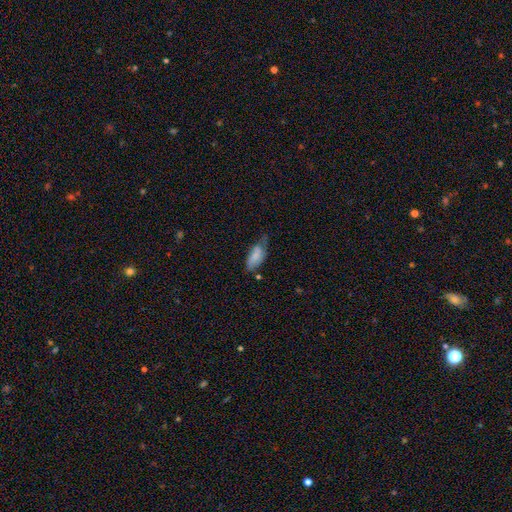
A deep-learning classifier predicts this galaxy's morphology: This appears to be a smooth galaxy with no disk features (77%) that is in between round and cigar-shaped (84%). Merging: minor disturbance (42%).